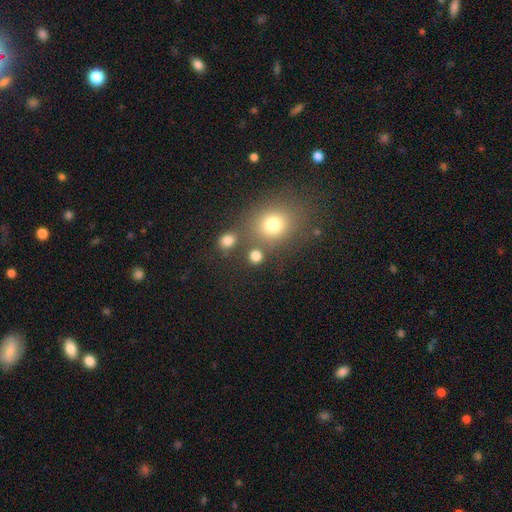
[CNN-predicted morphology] Overall: smooth (78%). How rounded: round (85%). Merging: none (73%).